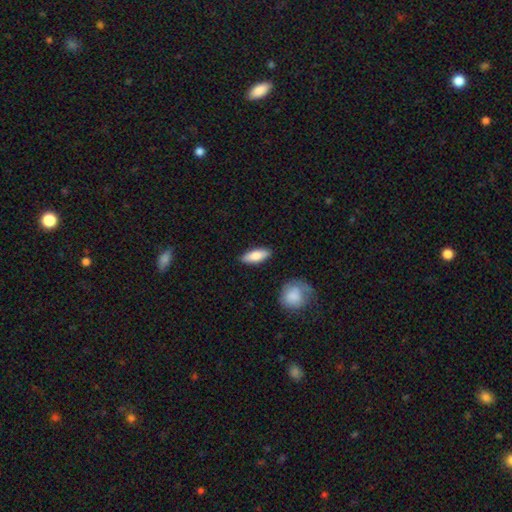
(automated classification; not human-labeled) Smooth or featured: smooth — 76% (featured or disk — 18%)
How rounded: in between — 70% (cigar-shaped — 27%)
Merging: none — 87% (minor disturbance — 9%)